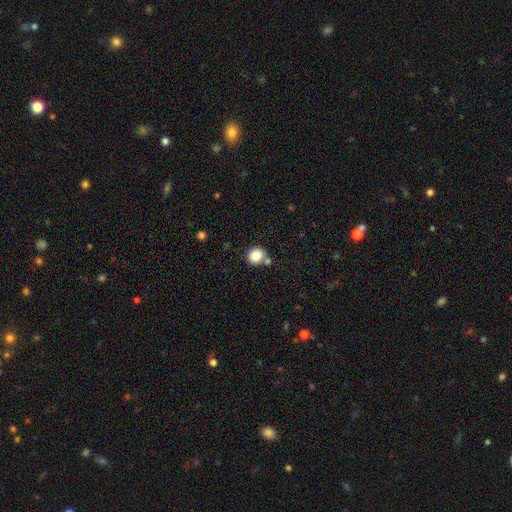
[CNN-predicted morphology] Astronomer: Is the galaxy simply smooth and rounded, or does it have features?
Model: smooth — 86%.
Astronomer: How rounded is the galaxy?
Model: round — 83%.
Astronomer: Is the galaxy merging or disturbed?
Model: none — 72%.